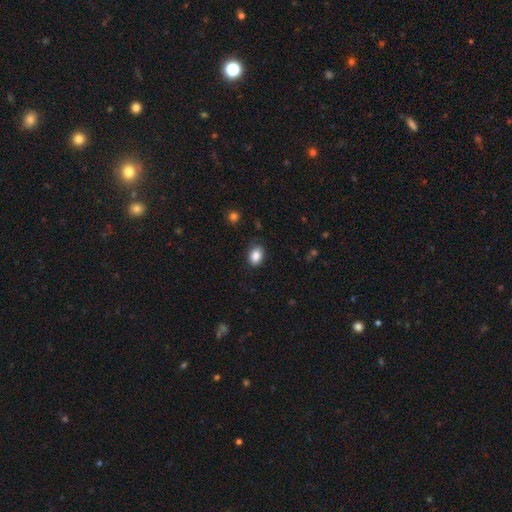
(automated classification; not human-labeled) Overall: smooth (87%). How rounded: in between (79%). Merging: none (79%).